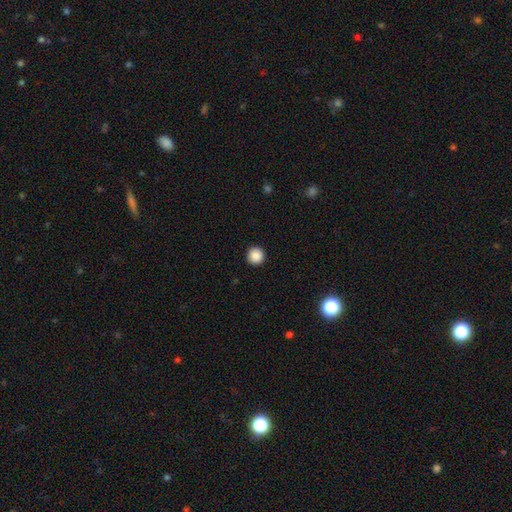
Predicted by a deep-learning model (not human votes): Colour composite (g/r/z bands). It shows a smooth galaxy with no disk features (88%) that is round (96%). Merging: none (93%).